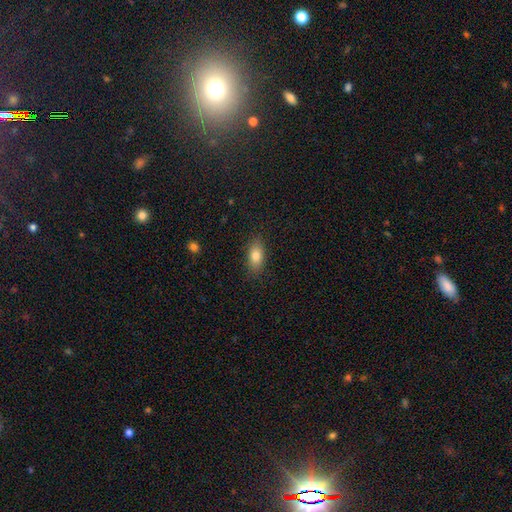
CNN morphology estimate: The model was most divided on "smooth or featured": smooth: 82%, featured or disk: 10%, star or artifact: 8%. More confident: merging — none (86%); how rounded — in between (86%).